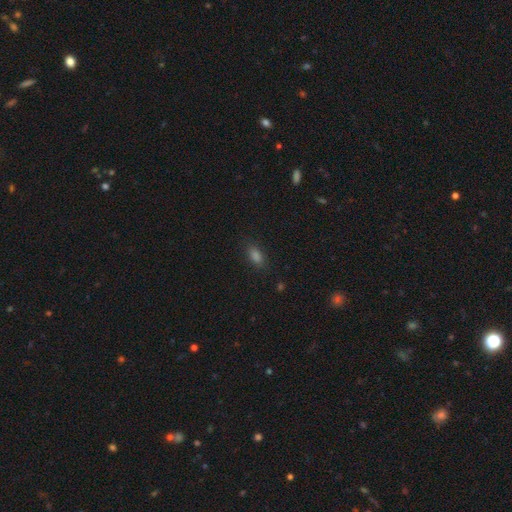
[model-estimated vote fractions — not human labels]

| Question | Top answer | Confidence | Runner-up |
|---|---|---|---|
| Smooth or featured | smooth | 77% | star or artifact (17%) |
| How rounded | in between | 84% | round (9%) |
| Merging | none | 84% | minor disturbance (11%) |